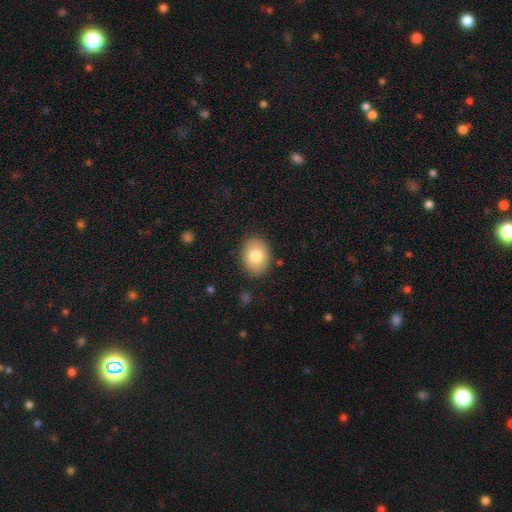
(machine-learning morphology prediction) smooth_or_featured: smooth (p=0.79) [alt: featured or disk p=0.13]
how_rounded: in between (p=0.65) [alt: round p=0.34]
merging: none (p=0.87) [alt: minor disturbance p=0.09]